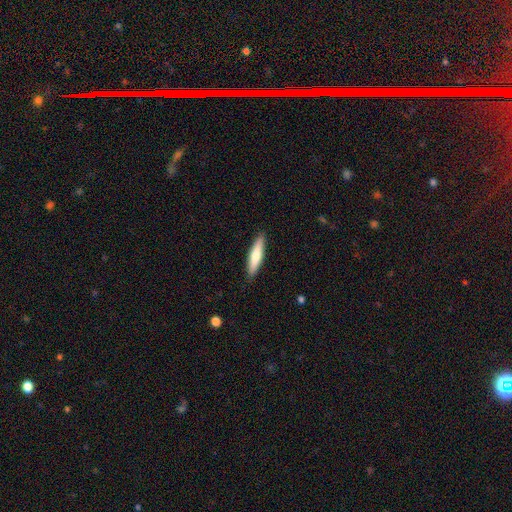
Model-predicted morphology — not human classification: This is likely a smooth galaxy (66%). How rounded: clearly cigar-shaped (80%). Merging: clearly none (90%).